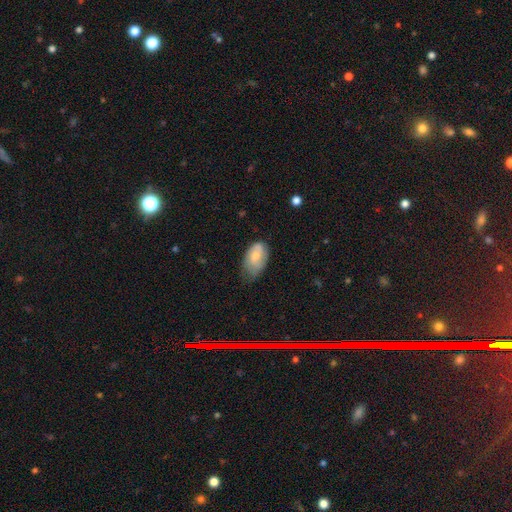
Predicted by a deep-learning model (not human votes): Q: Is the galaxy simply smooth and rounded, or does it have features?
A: smooth — 68%.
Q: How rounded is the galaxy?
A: in between — 91%.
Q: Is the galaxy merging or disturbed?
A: none — 43%.